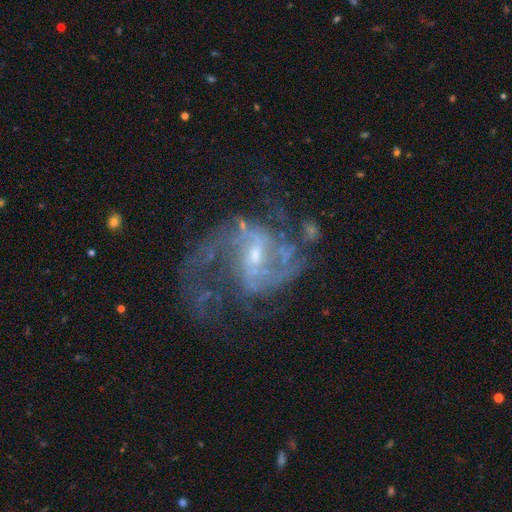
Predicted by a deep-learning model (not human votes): Smooth or featured?
  - featured or disk: 89% *
  - star or artifact: 7%
  - smooth: 4%
Edge-on disk?
  - no: 98% *
  - yes: 2%
Bar?
  - weak: 52% *
  - no: 29%
  - strong: 19%
Spiral arms?
  - yes: 95% *
  - no: 5%
Spiral winding?
  - medium: 47% *
  - loose: 39%
  - tight: 14%
Spiral arm count?
  - 2: 69% *
  - can't tell: 11%
  - 3: 8%
  - 1: 5%
  - 4: 4%
  - more than 4: 3%
Bulge size?
  - small: 62% *
  - moderate: 32%
  - none: 3%
  - large: 2%
  - dominant: 1%
Merging?
  - none: 52% *
  - major disturbance: 26%
  - minor disturbance: 18%
  - merger: 4%